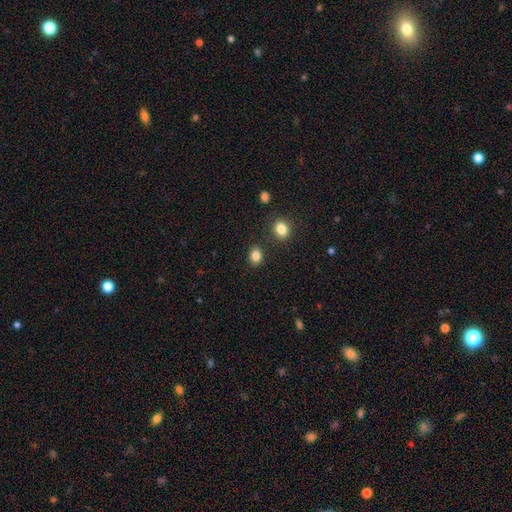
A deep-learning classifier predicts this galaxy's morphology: Smooth or featured: smooth — 84% (star or artifact — 11%)
How rounded: in between — 52% (round — 47%)
Merging: none — 84% (minor disturbance — 9%)